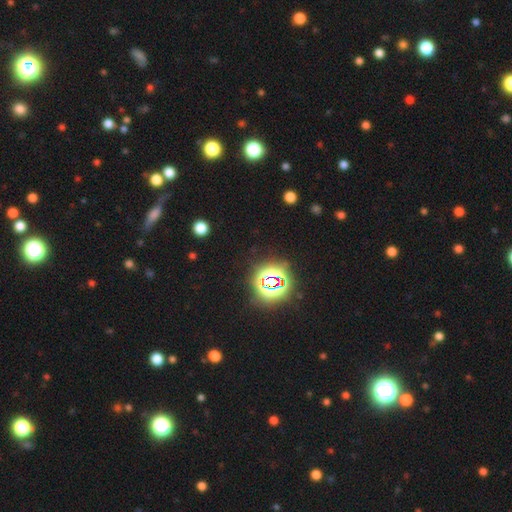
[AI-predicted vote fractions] star or artifact 78%, smooth 14%, featured or disk 8%.